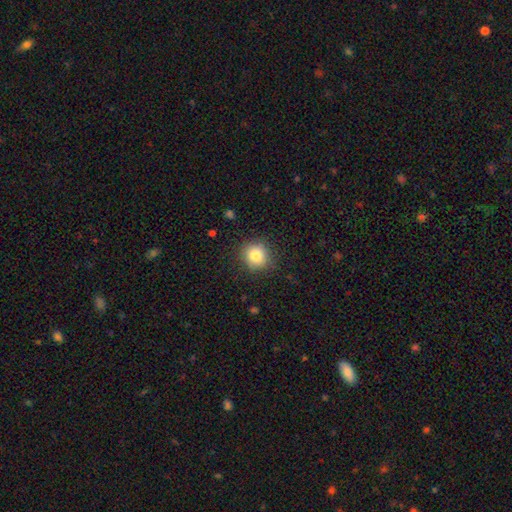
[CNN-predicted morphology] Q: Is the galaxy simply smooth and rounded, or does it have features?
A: smooth — 82%.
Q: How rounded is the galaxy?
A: round — 89%.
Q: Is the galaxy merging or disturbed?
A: none — 87%.